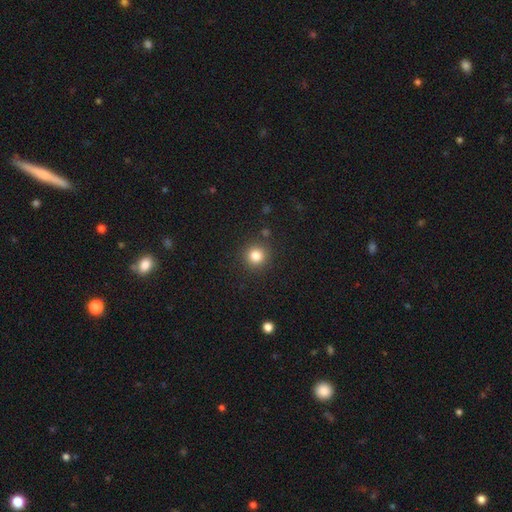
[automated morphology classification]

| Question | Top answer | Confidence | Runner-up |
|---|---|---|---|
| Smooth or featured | smooth | 83% | star or artifact (12%) |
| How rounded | round | 93% | in between (6%) |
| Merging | none | 88% | minor disturbance (7%) |